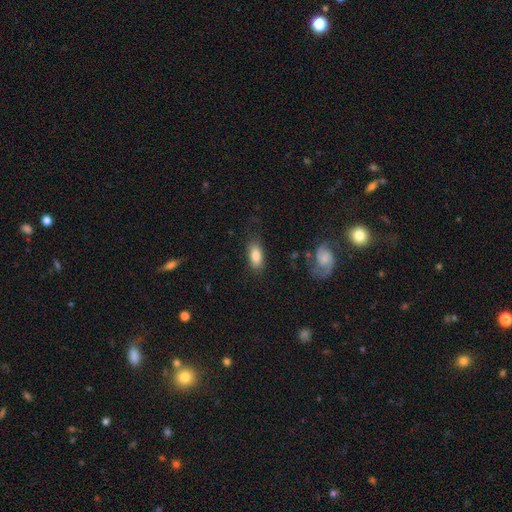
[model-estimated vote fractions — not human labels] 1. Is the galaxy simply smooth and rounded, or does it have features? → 79% smooth, 13% featured or disk, 7% star or artifact.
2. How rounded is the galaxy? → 87% in between, 9% cigar-shaped, 4% round.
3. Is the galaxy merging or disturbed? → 78% none, 14% minor disturbance, 5% major disturbance, 2% merger.